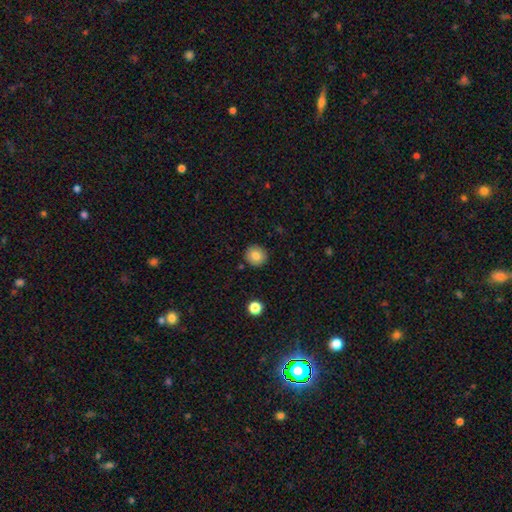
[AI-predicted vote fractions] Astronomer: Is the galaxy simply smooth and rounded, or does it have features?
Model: smooth — 83%.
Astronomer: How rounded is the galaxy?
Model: round — 90%.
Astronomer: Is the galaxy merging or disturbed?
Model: none — 89%.